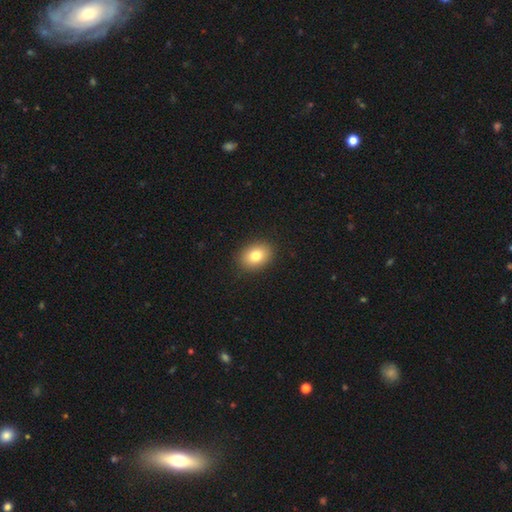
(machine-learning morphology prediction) type=smooth (80%); roundness=in between (67%); merging=none (90%).